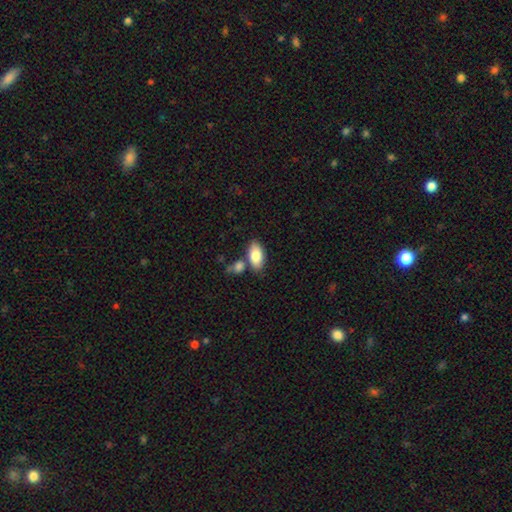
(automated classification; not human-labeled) Smooth or featured: smooth — 82% (featured or disk — 12%)
How rounded: in between — 93% (cigar-shaped — 4%)
Merging: none — 69% (merger — 16%)